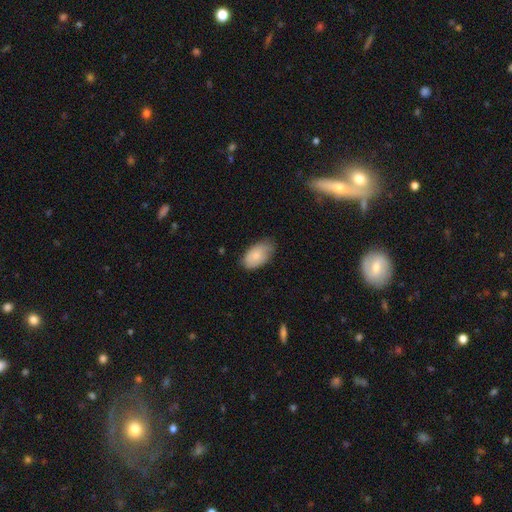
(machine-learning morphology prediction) This appears to be a smooth galaxy with no disk features (77%) that is in between round and cigar-shaped (93%). Merging: none (61%).